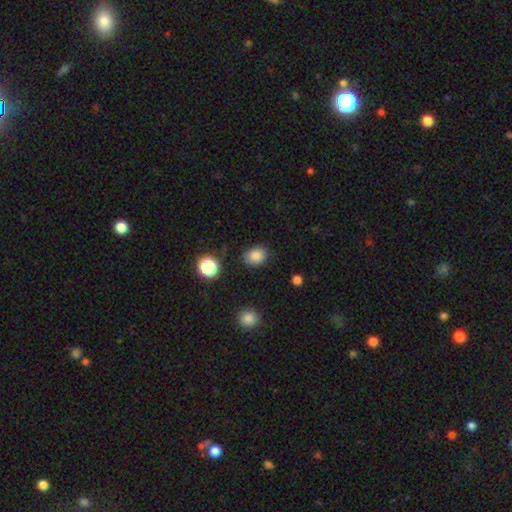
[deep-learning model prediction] A smooth galaxy with no disk features (84%) that is in between round and cigar-shaped (62%). Merging: none (84%).